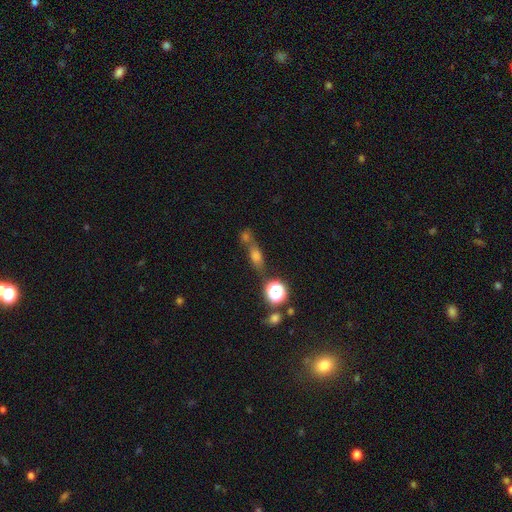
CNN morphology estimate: smooth_or_featured: smooth (p=0.57) [alt: star or artifact p=0.25]
how_rounded: in between (p=0.48) [alt: round p=0.27]
merging: none (p=0.46) [alt: merger p=0.31]